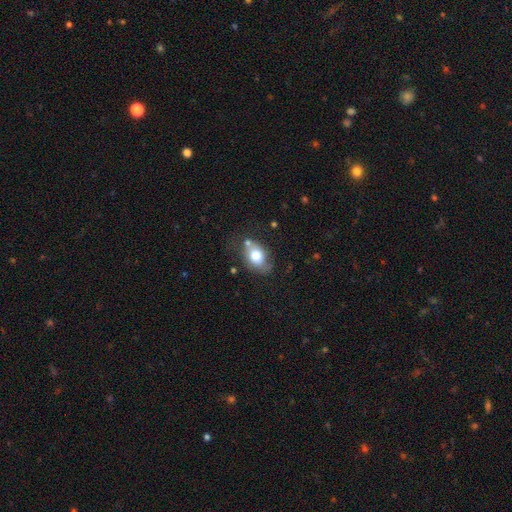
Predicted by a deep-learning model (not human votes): Overall: smooth (71%). How rounded: in between (77%). Merging: none (58%; minor disturbance 24%).